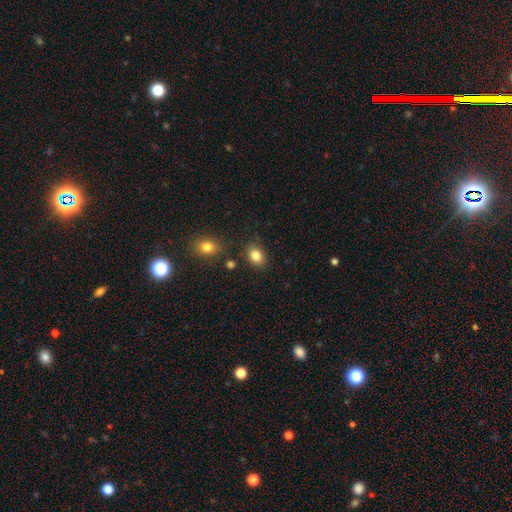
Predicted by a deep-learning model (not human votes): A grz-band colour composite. It shows a smooth galaxy with no disk features (84%) that is in between round and cigar-shaped (65%). Merging: none (81%).